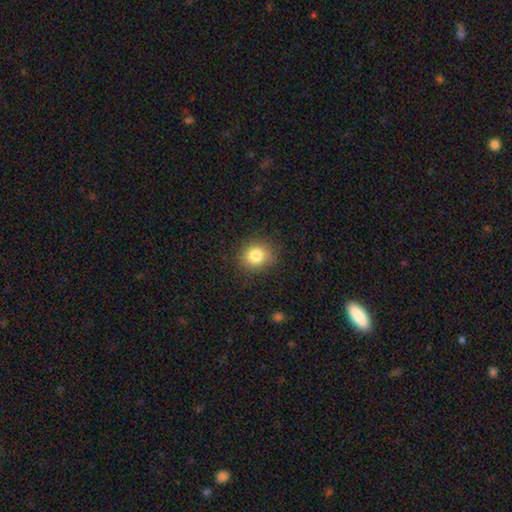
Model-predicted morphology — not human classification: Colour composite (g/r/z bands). It shows a smooth galaxy with no disk features (83%) that is round (73%). Merging: none (85%).